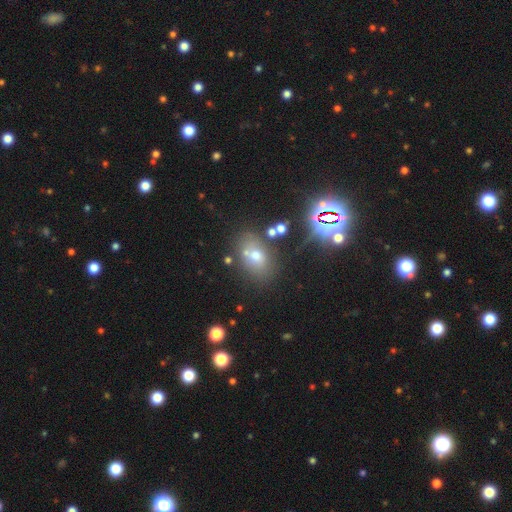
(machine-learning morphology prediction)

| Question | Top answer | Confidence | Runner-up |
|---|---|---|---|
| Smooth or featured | smooth | 59% | star or artifact (22%) |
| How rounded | in between | 74% | round (24%) |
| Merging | none | 64% | merger (15%) |